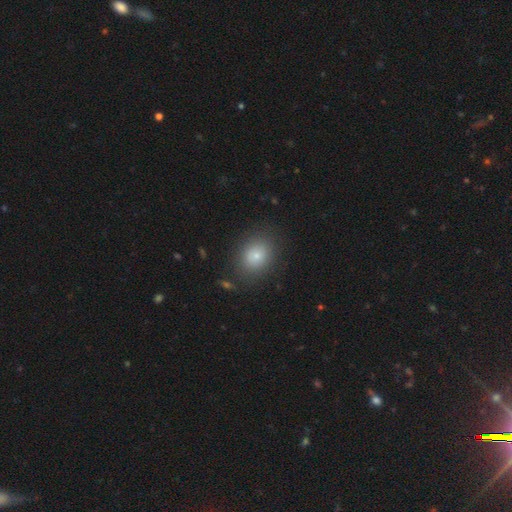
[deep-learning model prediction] smooth-or-featured: smooth: 78% | featured or disk: 12% | star or artifact: 10%
  how-rounded: round: 58% | in between: 41% | cigar-shaped: 1%
  merging: none: 83% | minor disturbance: 11% | major disturbance: 4% | merger: 2%